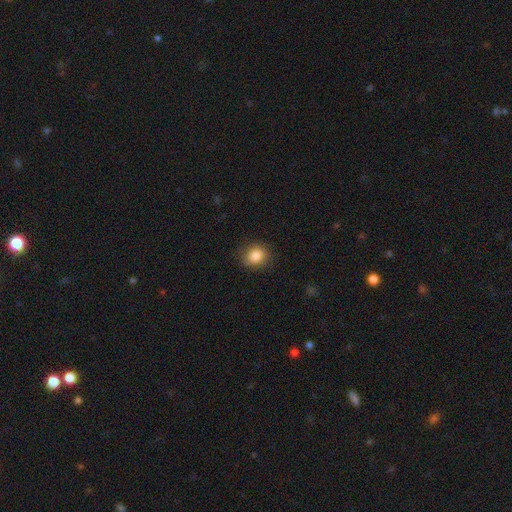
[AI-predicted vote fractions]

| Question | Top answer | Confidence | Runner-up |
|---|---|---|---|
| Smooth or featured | smooth | 85% | star or artifact (9%) |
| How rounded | round | 71% | in between (28%) |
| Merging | none | 83% | minor disturbance (12%) |